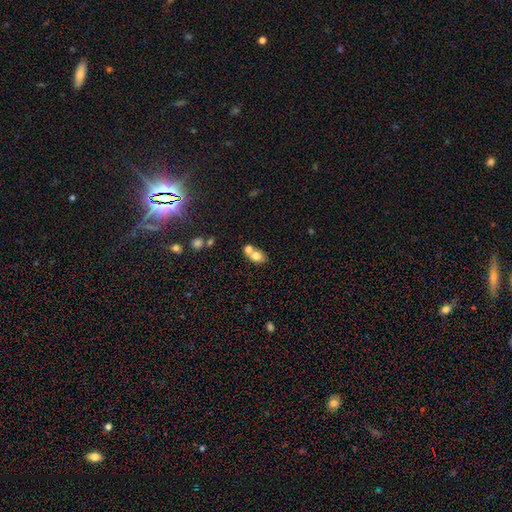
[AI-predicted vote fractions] Smooth or featured? Predicted: smooth (p=0.75). How rounded? Predicted: in between (p=0.69). Merging? Predicted: merger (p=0.47).